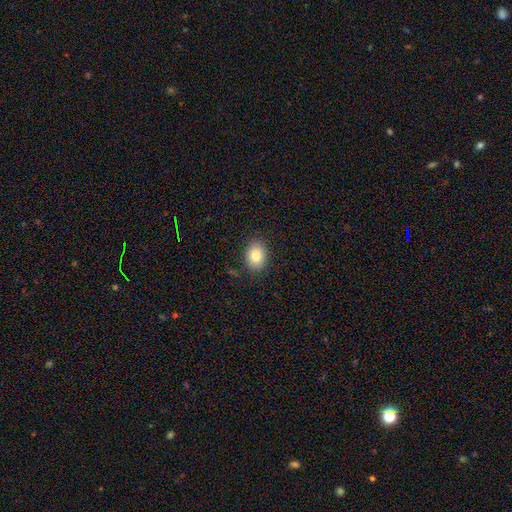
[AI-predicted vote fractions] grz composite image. It shows a smooth galaxy with no disk features (82%) that is in between round and cigar-shaped (65%). Merging: none (86%).